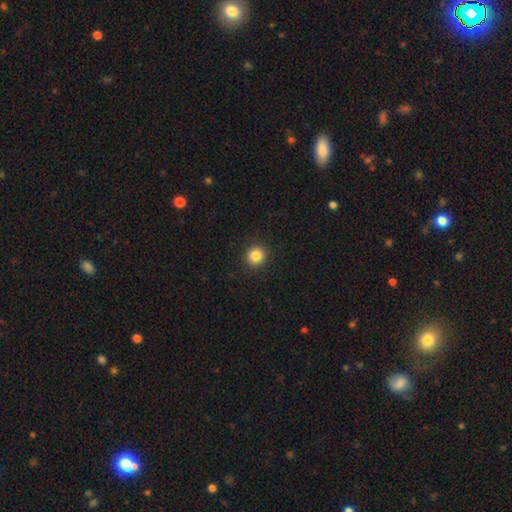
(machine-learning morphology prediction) Smooth or featured? Predicted: smooth (p=0.85). How rounded? Predicted: round (p=0.93). Merging? Predicted: none (p=0.92).